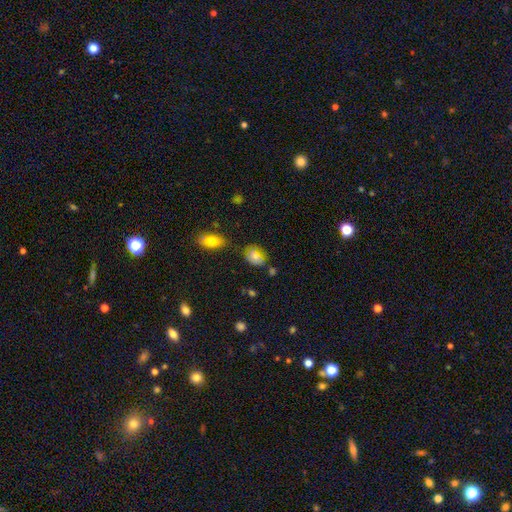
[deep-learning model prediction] smooth-or-featured: smooth: 66% | featured or disk: 23% | star or artifact: 11%
  how-rounded: in between: 66% | round: 33% | cigar-shaped: 2%
  merging: none: 63% | minor disturbance: 23% | merger: 8% | major disturbance: 6%